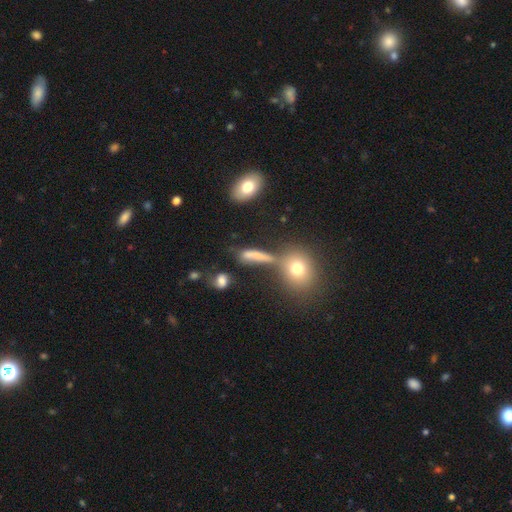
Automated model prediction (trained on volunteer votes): Smooth or featured? smooth (63%)
How rounded? cigar-shaped (59%)
Merging? none (52%)